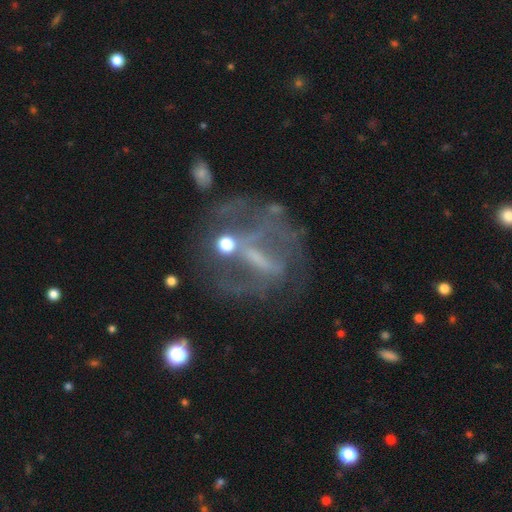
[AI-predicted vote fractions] Morphology: type=featured or disk (68%); edge-on=no (90%); bar=strong (45%); spiral arms=no (57%); bulge=none (45%); merging=none (48%).